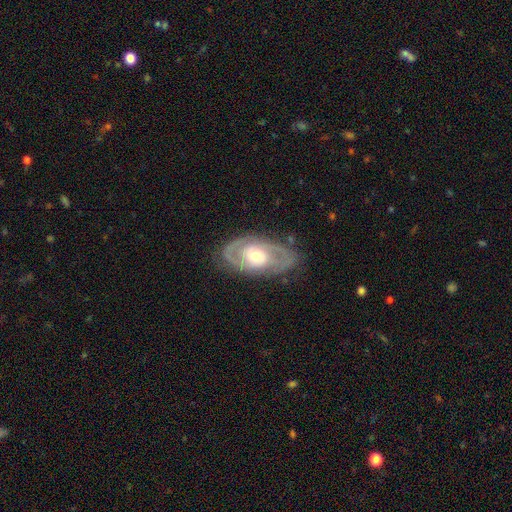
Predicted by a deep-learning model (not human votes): Smooth or featured? Predicted: featured or disk (p=0.83). Edge-on disk? Predicted: no (p=0.94). Bar? Predicted: no (p=0.67). Spiral arms? Predicted: yes (p=0.87). Spiral winding? Predicted: tight (p=0.50). Spiral arm count? Predicted: 2 (p=0.77). Bulge size? Predicted: moderate (p=0.68). Merging? Predicted: none (p=0.78).